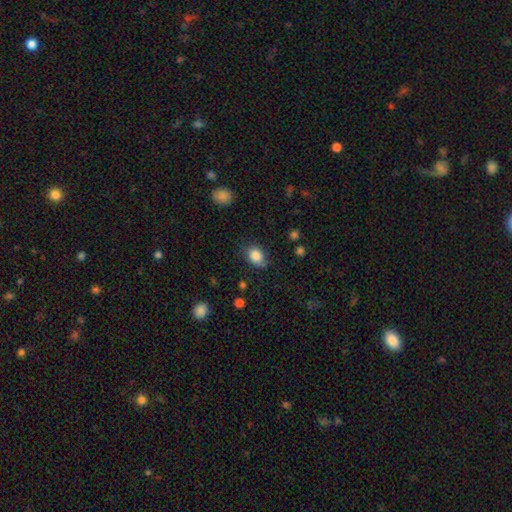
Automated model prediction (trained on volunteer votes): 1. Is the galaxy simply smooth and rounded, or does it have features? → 84% smooth, 8% star or artifact, 8% featured or disk.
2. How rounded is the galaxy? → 70% in between, 29% round, 1% cigar-shaped.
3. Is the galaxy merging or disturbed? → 69% none, 23% minor disturbance, 6% major disturbance, 2% merger.